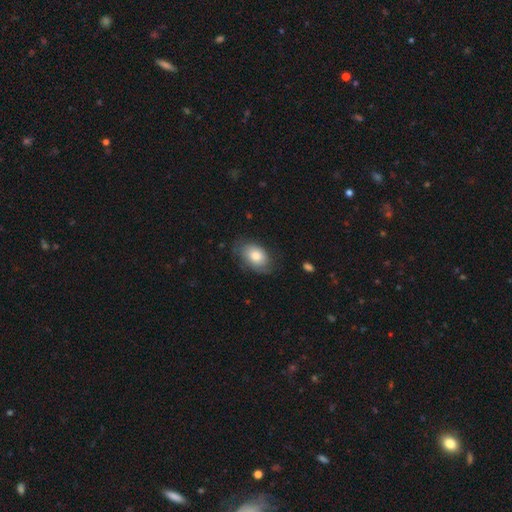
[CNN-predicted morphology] Smooth or featured?
  - smooth: 63% *
  - featured or disk: 30%
  - star or artifact: 6%
How rounded?
  - in between: 88% *
  - round: 11%
  - cigar-shaped: 1%
Merging?
  - none: 68% *
  - minor disturbance: 23%
  - major disturbance: 8%
  - merger: 1%